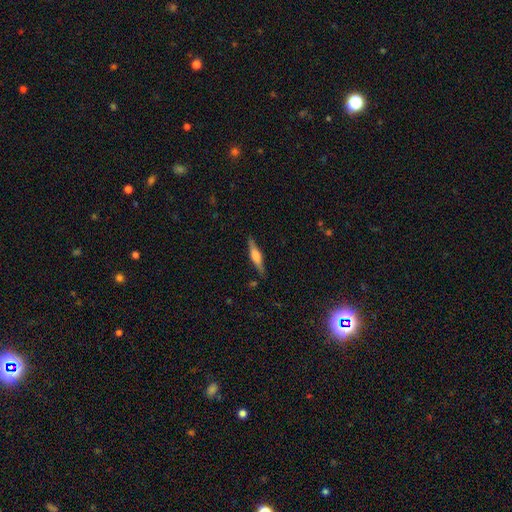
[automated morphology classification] Smooth or featured?
  - featured or disk: 62% *
  - smooth: 31%
  - star or artifact: 6%
Edge-on disk?
  - yes: 97% *
  - no: 3%
Edge-on bulge?
  - rounded: 76% *
  - boxy: 20%
  - none: 4%
Merging?
  - none: 87% *
  - minor disturbance: 9%
  - major disturbance: 2%
  - merger: 1%